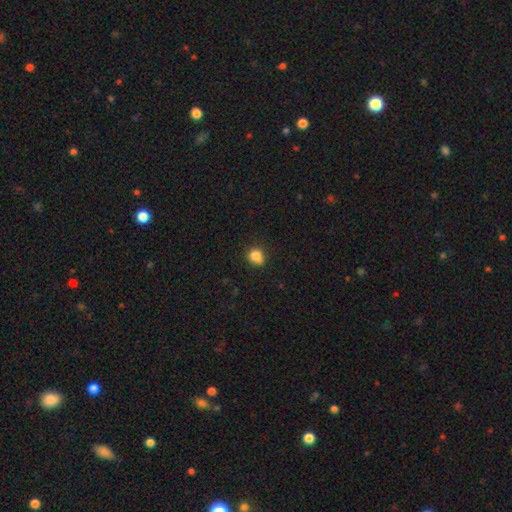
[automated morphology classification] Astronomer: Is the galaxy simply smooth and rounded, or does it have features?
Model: smooth — 80%.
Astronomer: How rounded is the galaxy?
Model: round — 78%.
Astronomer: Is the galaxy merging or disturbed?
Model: none — 54%.